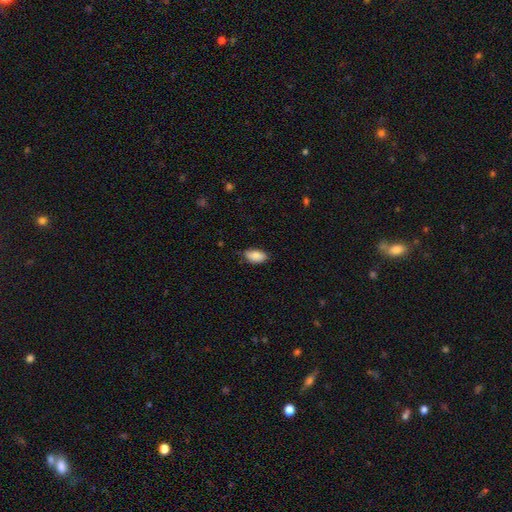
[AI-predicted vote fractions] Overall: smooth (87%). How rounded: in between (93%). Merging: none (70%).